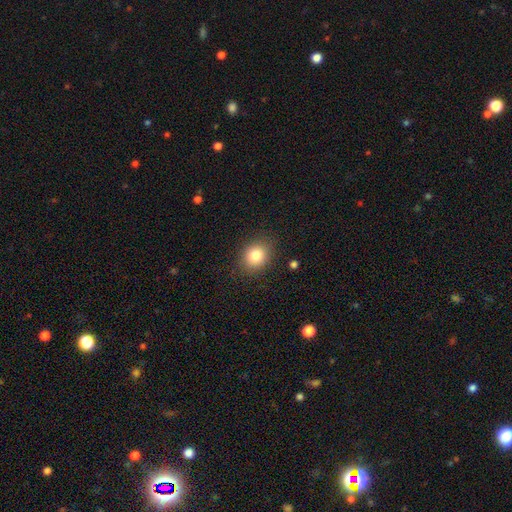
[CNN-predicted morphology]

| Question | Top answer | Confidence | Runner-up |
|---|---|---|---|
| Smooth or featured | smooth | 82% | star or artifact (10%) |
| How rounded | round | 60% | in between (39%) |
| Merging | none | 86% | minor disturbance (9%) |